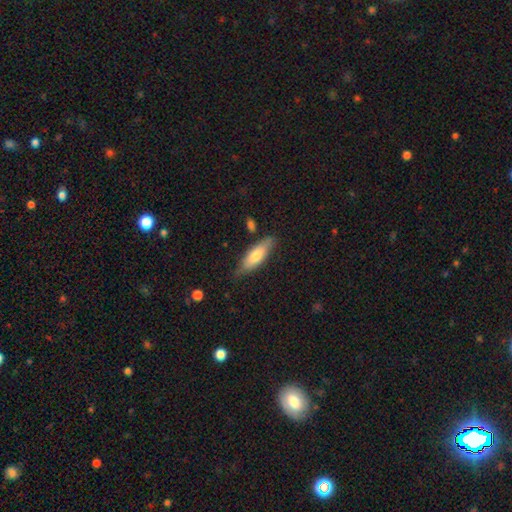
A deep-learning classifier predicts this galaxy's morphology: A smooth galaxy with no disk features (67%) that is in between round and cigar-shaped (51%).

Vote fractions:
- Smooth or featured? smooth: 67% / featured or disk: 27% / star or artifact: 6%
- How rounded? in between: 51% / cigar-shaped: 47% / round: 2%
- Merging? none: 78% / minor disturbance: 16% / merger: 3% / major disturbance: 3%